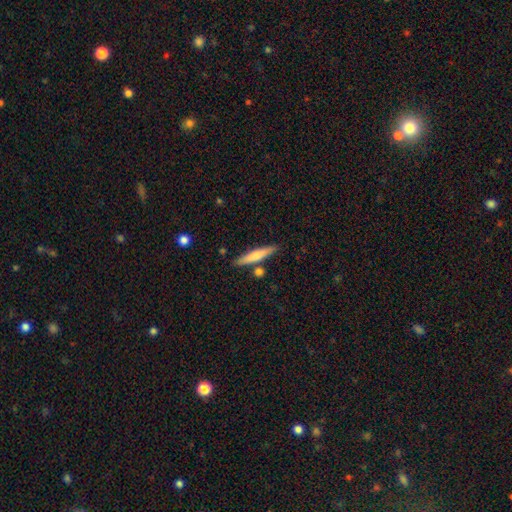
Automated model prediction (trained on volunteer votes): smooth-or-featured: smooth: 66% | featured or disk: 29% | star or artifact: 5%
  how-rounded: cigar-shaped: 91% | in between: 7% | round: 2%
  merging: none: 82% | minor disturbance: 9% | merger: 7% | major disturbance: 2%